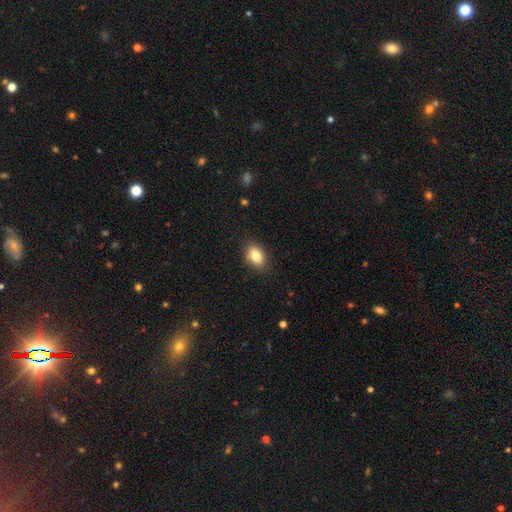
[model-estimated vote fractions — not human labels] smooth-or-featured: smooth: 82% | featured or disk: 10% | star or artifact: 8%
  how-rounded: in between: 82% | round: 16% | cigar-shaped: 2%
  merging: none: 86% | minor disturbance: 11% | major disturbance: 2% | merger: 1%